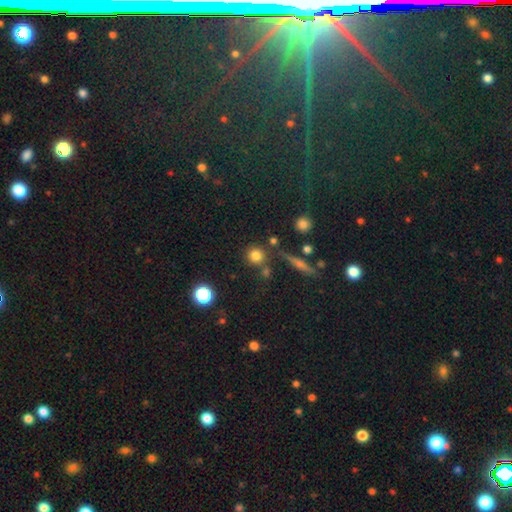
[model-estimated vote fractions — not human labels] Q: Smooth or featured?
A: smooth (80%); runner-up: star or artifact (12%)
Q: How rounded?
A: round (91%); runner-up: in between (7%)
Q: Merging?
A: none (75%); runner-up: merger (12%)